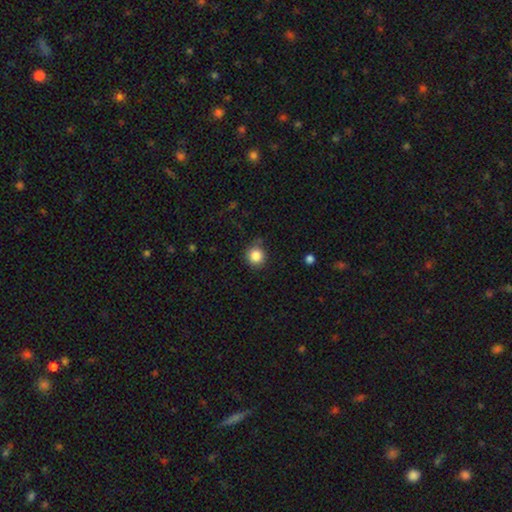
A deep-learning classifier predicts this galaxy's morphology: A smooth galaxy with no disk features (85%) that is round (92%).

Vote fractions:
- Smooth or featured? smooth: 85% / star or artifact: 10% / featured or disk: 5%
- How rounded? round: 92% / in between: 7% / cigar-shaped: 1%
- Merging? none: 82% / minor disturbance: 13% / major disturbance: 3% / merger: 2%